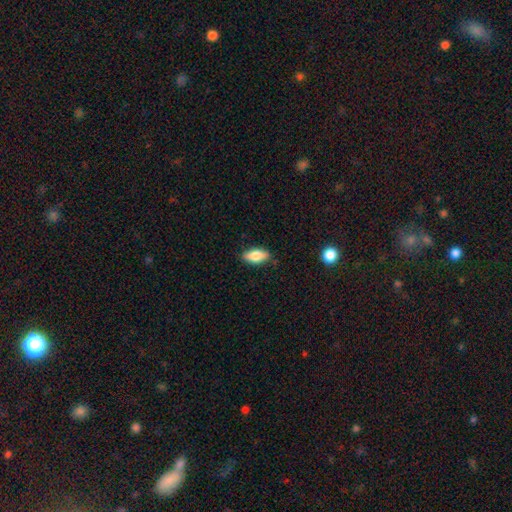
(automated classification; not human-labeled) A smooth galaxy with no disk features (76%) that is in between round and cigar-shaped (85%). Merging: none (85%).